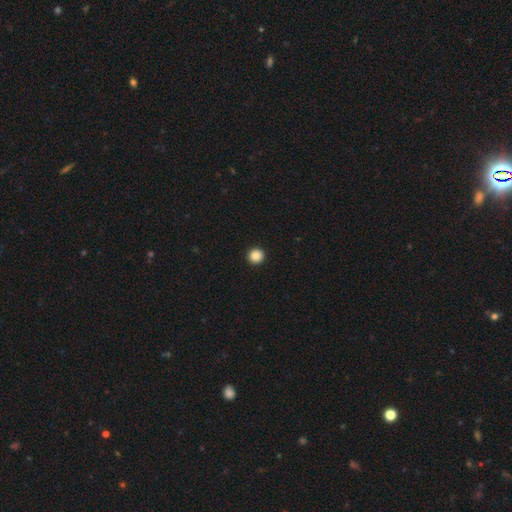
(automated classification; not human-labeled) Smooth or featured: smooth — 87% (star or artifact — 10%)
How rounded: round — 96% (in between — 3%)
Merging: none — 94% (minor disturbance — 4%)